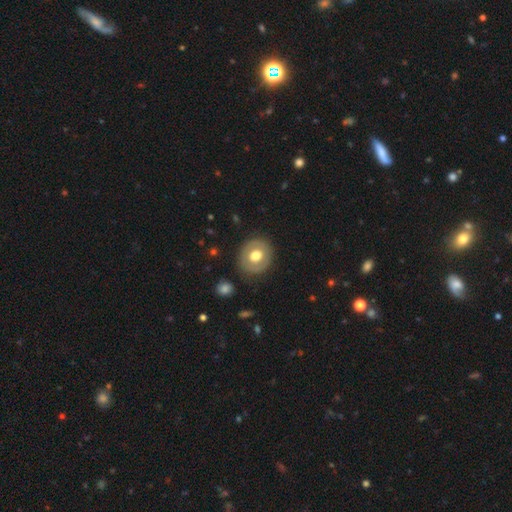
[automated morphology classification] Smooth or featured? smooth (57%)
How rounded? round (78%)
Merging? none (86%)